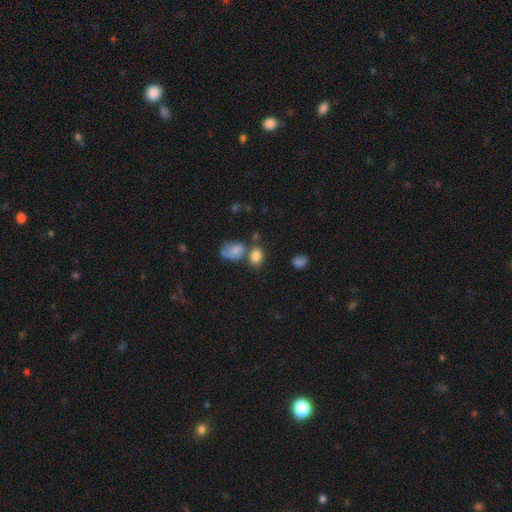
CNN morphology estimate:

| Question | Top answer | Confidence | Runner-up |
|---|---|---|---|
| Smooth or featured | smooth | 81% | star or artifact (11%) |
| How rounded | in between | 70% | round (28%) |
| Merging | none | 51% | merger (28%) |